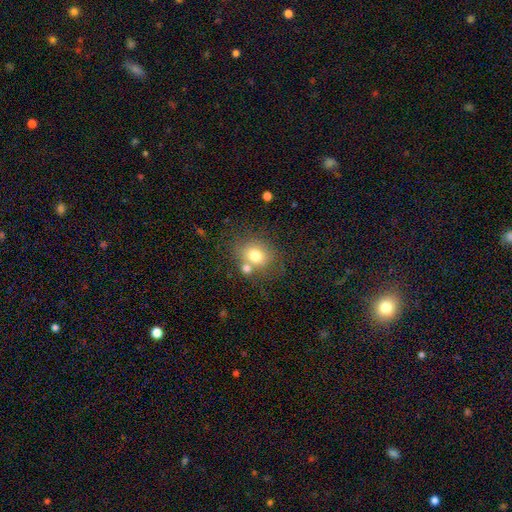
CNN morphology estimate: Smooth or featured?
  - smooth: 73% *
  - featured or disk: 14%
  - star or artifact: 14%
How rounded?
  - round: 58% *
  - in between: 41%
  - cigar-shaped: 1%
Merging?
  - none: 63% *
  - merger: 19%
  - minor disturbance: 13%
  - major disturbance: 5%